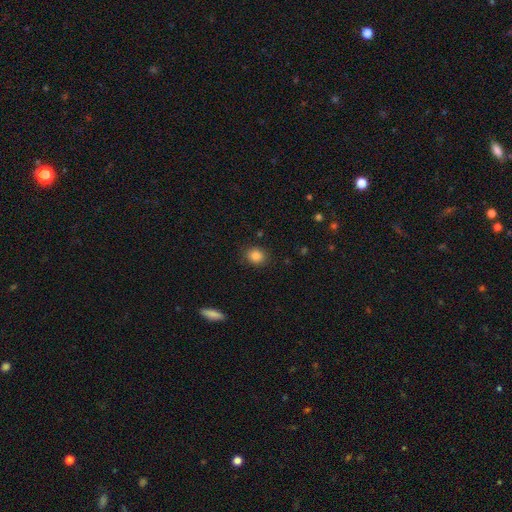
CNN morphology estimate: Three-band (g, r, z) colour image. It shows a smooth galaxy with no disk features (86%) that is round (71%). Merging: none (87%).